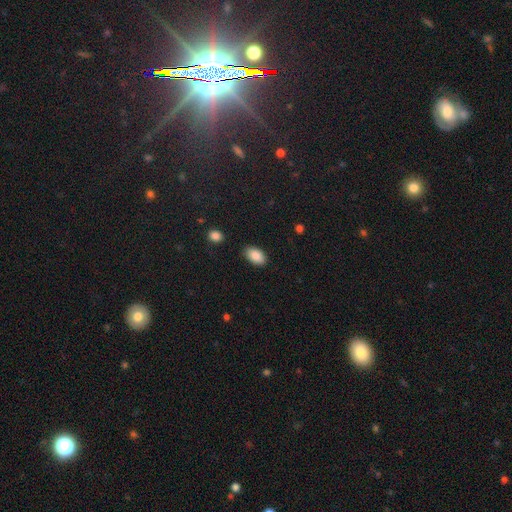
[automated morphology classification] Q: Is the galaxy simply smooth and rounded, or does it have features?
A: smooth — 88%.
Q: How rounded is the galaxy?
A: in between — 93%.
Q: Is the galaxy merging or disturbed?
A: none — 86%.